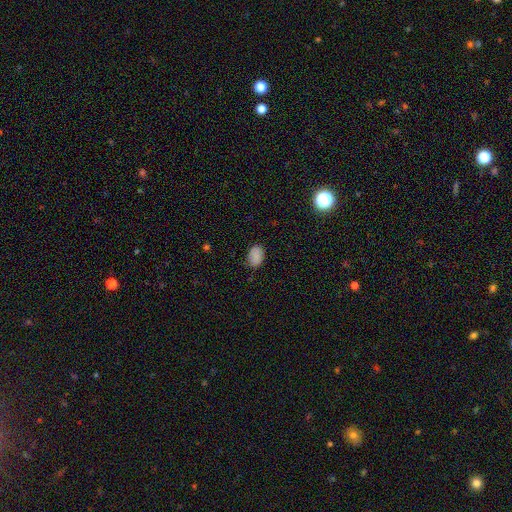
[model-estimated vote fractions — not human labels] The model was most divided on "merging": none: 78%, minor disturbance: 17%, major disturbance: 3%, merger: 1%. More confident: smooth or featured — smooth (84%); how rounded — in between (81%).